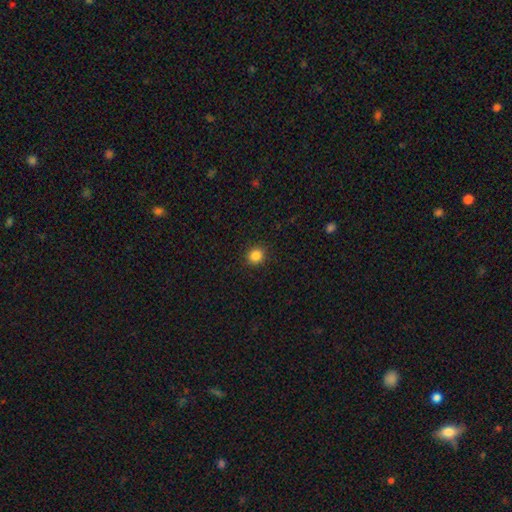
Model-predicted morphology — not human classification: Smooth or featured?
  - smooth: 85% *
  - star or artifact: 11%
  - featured or disk: 4%
How rounded?
  - round: 86% *
  - in between: 13%
  - cigar-shaped: 1%
Merging?
  - none: 91% *
  - minor disturbance: 6%
  - major disturbance: 2%
  - merger: 1%